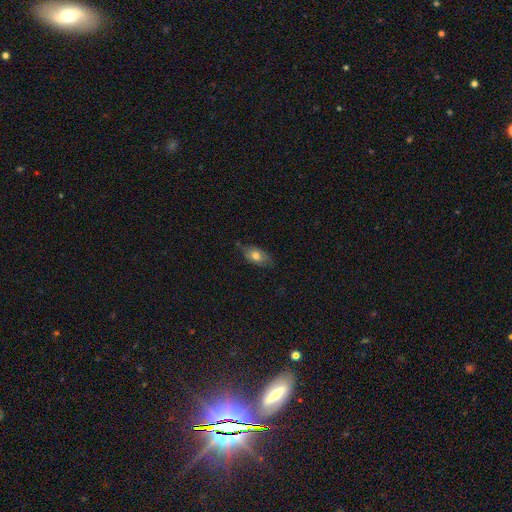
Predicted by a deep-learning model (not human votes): Q: Smooth or featured?
A: smooth (66%); runner-up: featured or disk (26%)
Q: How rounded?
A: in between (86%); runner-up: round (7%)
Q: Merging?
A: none (64%); runner-up: minor disturbance (28%)